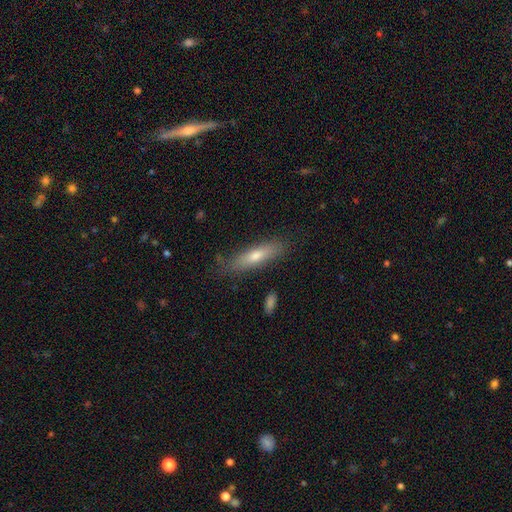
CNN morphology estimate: The model was most divided on "smooth or featured": smooth: 62%, featured or disk: 30%, star or artifact: 7%. More confident: merging — none (79%); how rounded — cigar-shaped (70%).